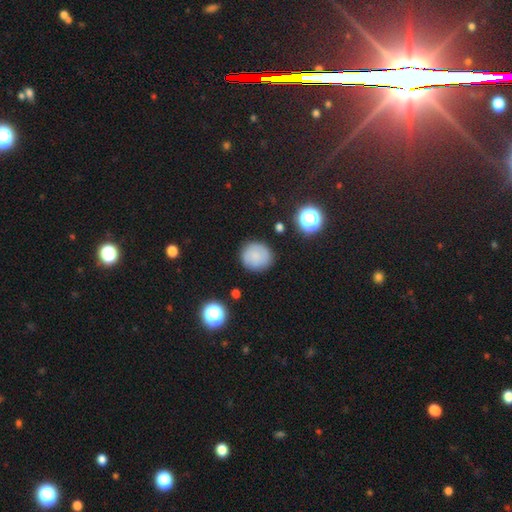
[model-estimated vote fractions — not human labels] This is clearly a smooth galaxy (81%). How rounded: clearly round (92%). Merging: clearly none (86%).